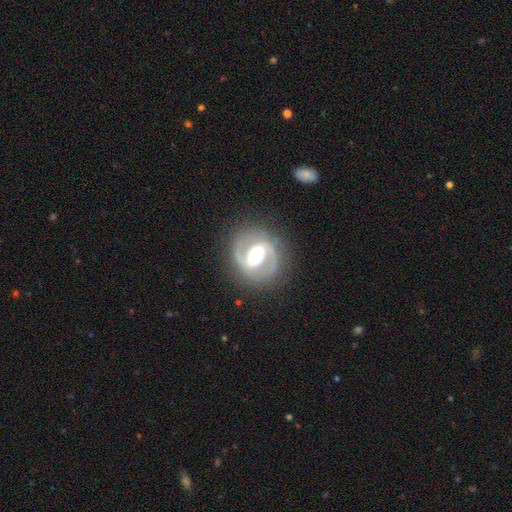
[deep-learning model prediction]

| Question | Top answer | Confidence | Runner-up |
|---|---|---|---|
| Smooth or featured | featured or disk | 85% | smooth (10%) |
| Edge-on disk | no | 97% | yes (3%) |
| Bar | strong | 45% | weak (37%) |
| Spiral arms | yes | 89% | no (11%) |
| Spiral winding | medium | 54% | tight (27%) |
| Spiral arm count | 2 | 91% | can't tell (3%) |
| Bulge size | moderate | 55% | large (34%) |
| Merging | none | 82% | minor disturbance (11%) |